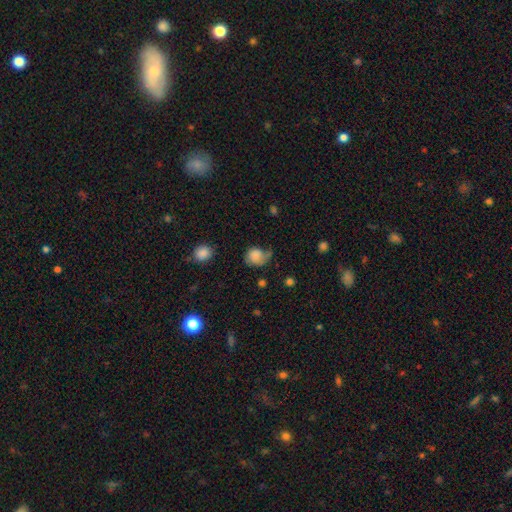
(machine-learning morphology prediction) Q: Smooth or featured?
A: smooth (73%); runner-up: featured or disk (18%)
Q: How rounded?
A: round (67%); runner-up: in between (32%)
Q: Merging?
A: none (39%); runner-up: minor disturbance (32%)